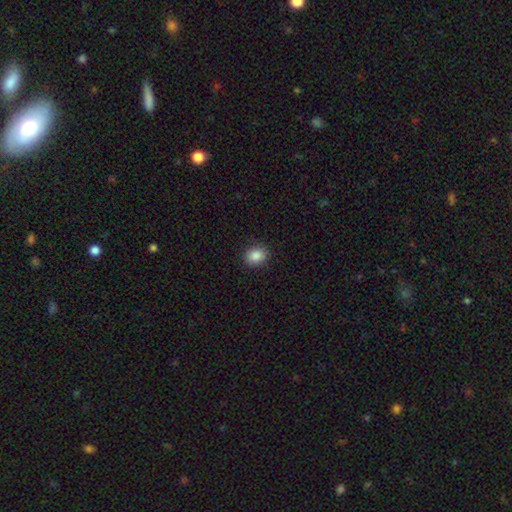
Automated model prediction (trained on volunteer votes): smooth_or_featured: smooth (p=0.87) [alt: star or artifact p=0.09]
how_rounded: round (p=0.53) [alt: in between p=0.46]
merging: none (p=0.88) [alt: minor disturbance p=0.08]